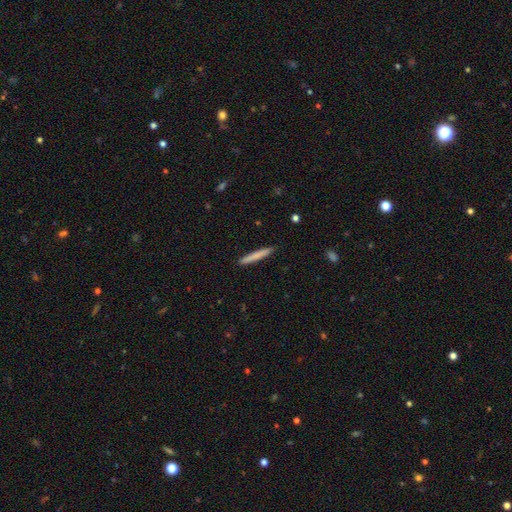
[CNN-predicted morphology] Smooth or featured: smooth — 75% (featured or disk — 19%)
How rounded: cigar-shaped — 96% (in between — 3%)
Merging: none — 91% (minor disturbance — 6%)